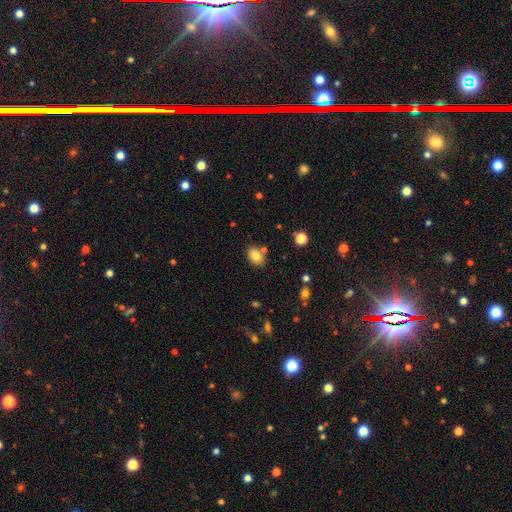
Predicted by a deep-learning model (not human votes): A smooth galaxy with no disk features (81%) that is in between round and cigar-shaped (75%).

Vote fractions:
- Smooth or featured? smooth: 81% / star or artifact: 10% / featured or disk: 9%
- How rounded? in between: 75% / round: 24% / cigar-shaped: 1%
- Merging? none: 77% / minor disturbance: 12% / merger: 9% / major disturbance: 3%